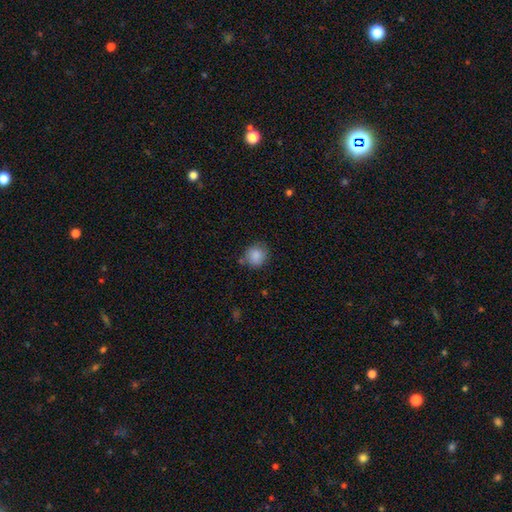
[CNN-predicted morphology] The model was most divided on "merging": none: 75%, minor disturbance: 17%, major disturbance: 4%, merger: 4%. More confident: how rounded — round (89%); smooth or featured — smooth (86%).